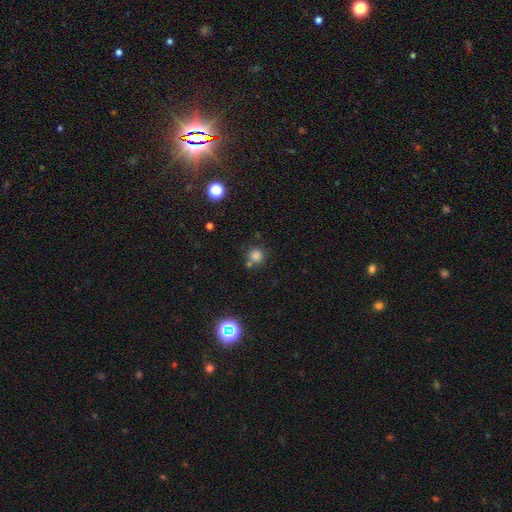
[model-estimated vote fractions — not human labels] Overall: smooth (79%). How rounded: round (92%). Merging: none (71%).